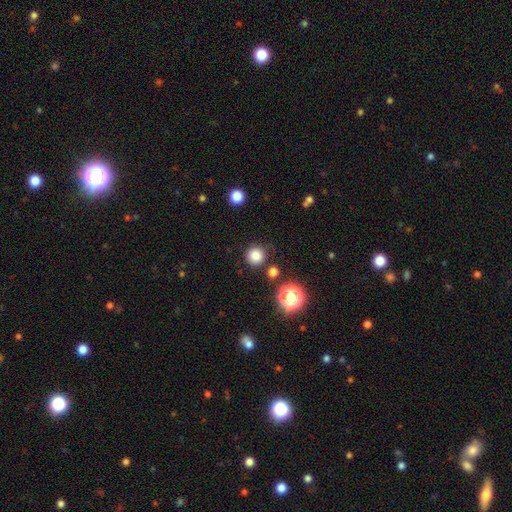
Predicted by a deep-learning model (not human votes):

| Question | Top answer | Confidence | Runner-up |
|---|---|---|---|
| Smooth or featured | smooth | 81% | star or artifact (14%) |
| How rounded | round | 94% | in between (5%) |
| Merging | none | 85% | minor disturbance (8%) |